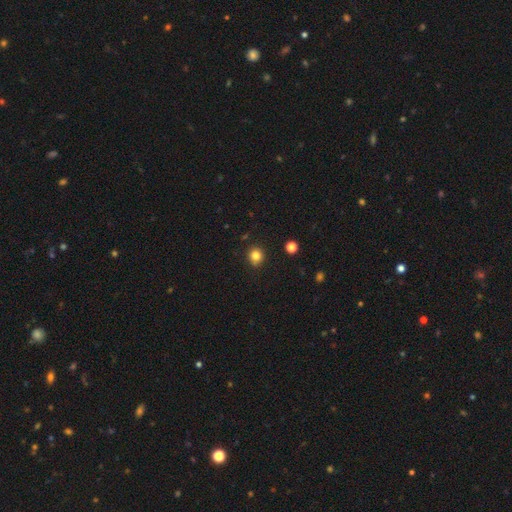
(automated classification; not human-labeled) Smooth or featured?
  - smooth: 82% *
  - star or artifact: 12%
  - featured or disk: 5%
How rounded?
  - round: 88% *
  - in between: 11%
  - cigar-shaped: 1%
Merging?
  - none: 87% *
  - minor disturbance: 9%
  - major disturbance: 2%
  - merger: 2%